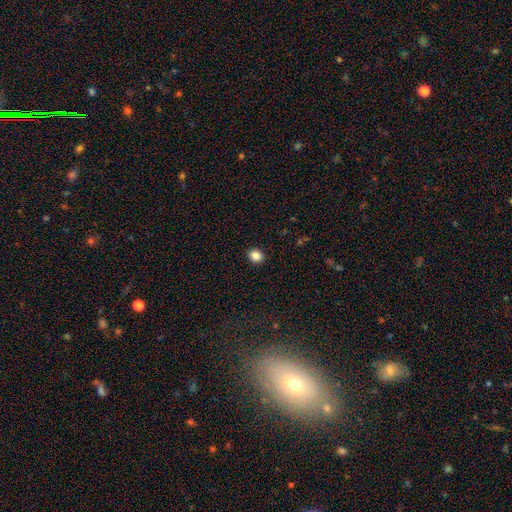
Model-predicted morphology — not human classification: smooth-or-featured: smooth: 86% | star or artifact: 10% | featured or disk: 3%
  how-rounded: round: 75% | in between: 24% | cigar-shaped: 1%
  merging: none: 92% | minor disturbance: 5% | major disturbance: 2% | merger: 1%